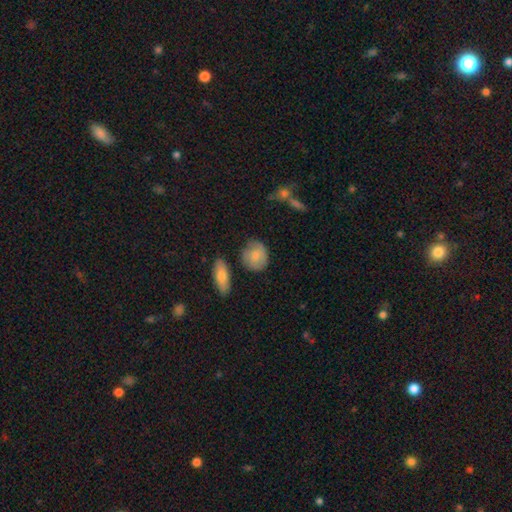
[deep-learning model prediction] This is likely a smooth galaxy (79%). How rounded: likely round (73%). Merging: likely none (68%).